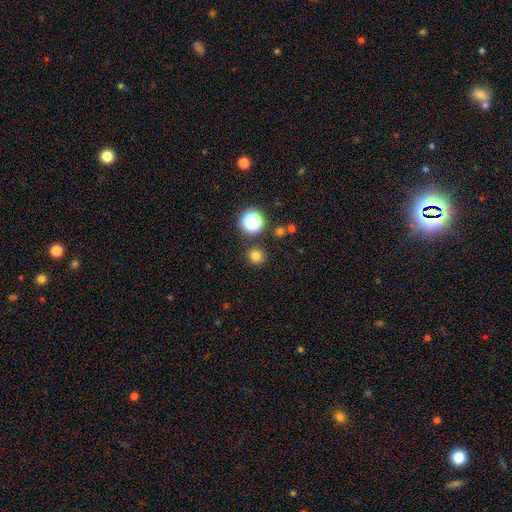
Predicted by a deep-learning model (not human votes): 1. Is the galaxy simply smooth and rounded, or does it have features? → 77% smooth, 18% star or artifact, 5% featured or disk.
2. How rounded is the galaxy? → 92% round, 7% in between, 1% cigar-shaped.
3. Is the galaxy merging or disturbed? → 89% none, 6% minor disturbance, 3% merger, 2% major disturbance.